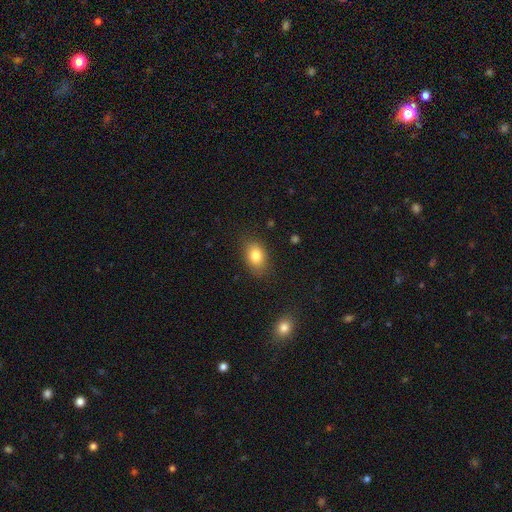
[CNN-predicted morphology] smooth 82%, featured or disk 9%, star or artifact 9%. Down the decision tree: how rounded — in between (80%); merging — none (83%).